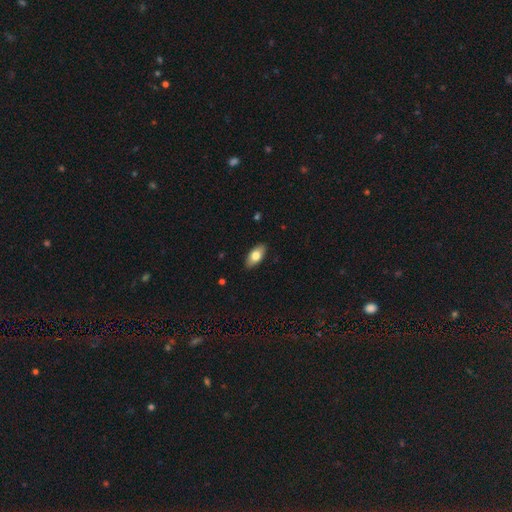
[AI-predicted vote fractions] smooth-or-featured: smooth: 75% | featured or disk: 19% | star or artifact: 6%
  how-rounded: in between: 90% | cigar-shaped: 7% | round: 3%
  merging: none: 89% | minor disturbance: 9% | major disturbance: 2% | merger: 1%